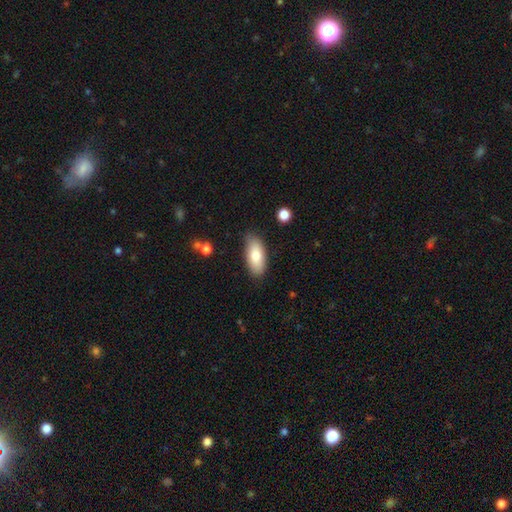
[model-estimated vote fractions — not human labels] Overall: smooth (79%). How rounded: in between (88%). Merging: none (80%).